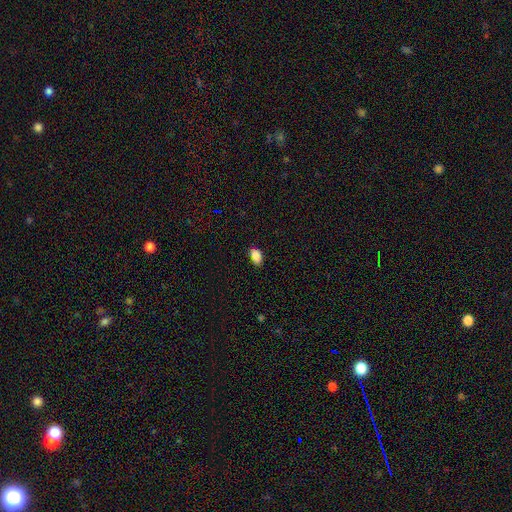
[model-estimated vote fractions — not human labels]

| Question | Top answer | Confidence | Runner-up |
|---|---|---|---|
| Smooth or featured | smooth | 87% | star or artifact (9%) |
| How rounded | in between | 90% | round (7%) |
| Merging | none | 79% | minor disturbance (17%) |